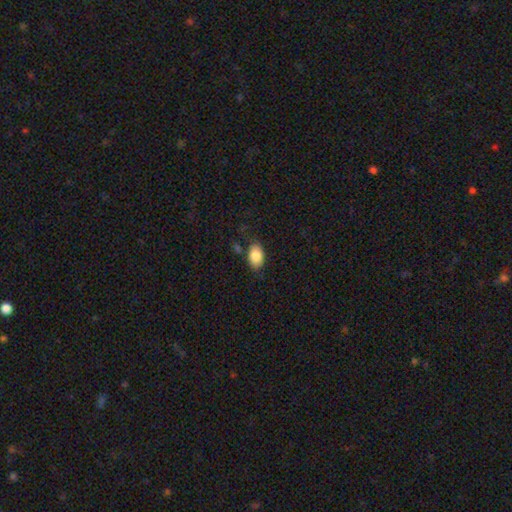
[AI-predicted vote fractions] The model was most divided on "merging": none: 77%, minor disturbance: 15%, merger: 4%, major disturbance: 4%. More confident: how rounded — in between (91%); smooth or featured — smooth (87%).